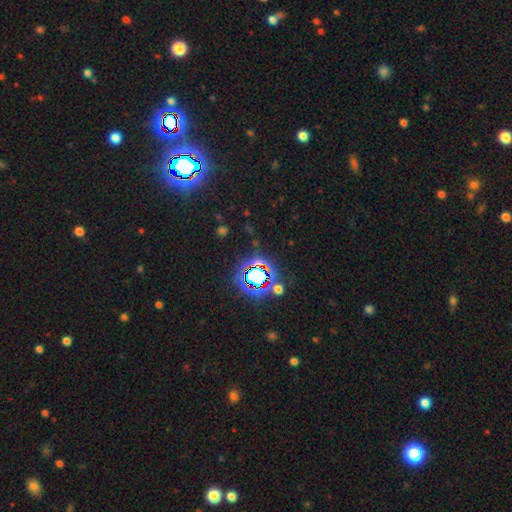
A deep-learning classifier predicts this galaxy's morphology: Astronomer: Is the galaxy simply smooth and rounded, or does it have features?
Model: star or artifact — 79%.